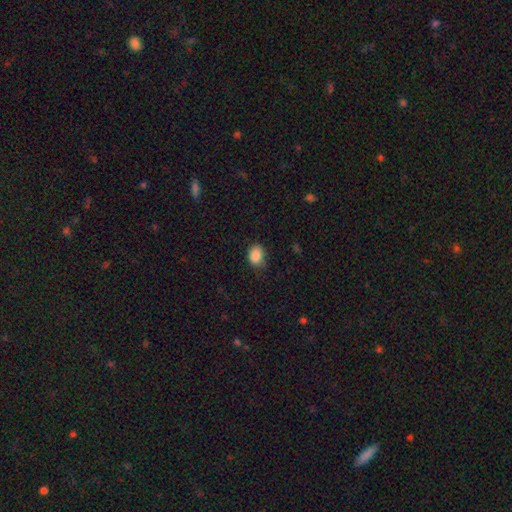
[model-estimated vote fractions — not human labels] smooth_or_featured: smooth (p=0.87) [alt: star or artifact p=0.09]
how_rounded: in between (p=0.62) [alt: round p=0.37]
merging: none (p=0.68) [alt: minor disturbance p=0.25]